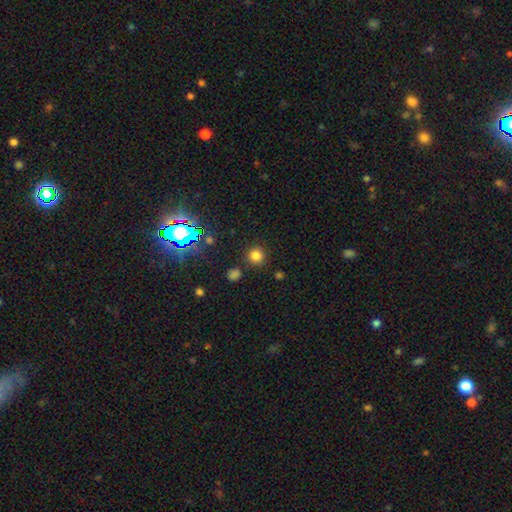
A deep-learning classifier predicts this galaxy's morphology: Q: Smooth or featured?
A: smooth (76%); runner-up: star or artifact (19%)
Q: How rounded?
A: round (94%); runner-up: in between (5%)
Q: Merging?
A: none (87%); runner-up: minor disturbance (6%)